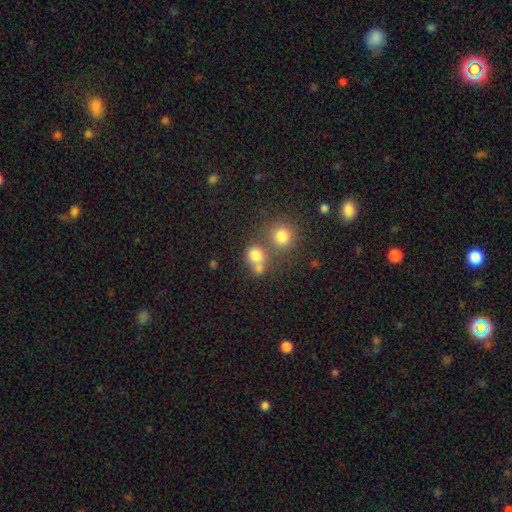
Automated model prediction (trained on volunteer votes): smooth_or_featured: smooth (p=0.77) [alt: star or artifact p=0.14]
how_rounded: round (p=0.79) [alt: in between p=0.20]
merging: none (p=0.46) [alt: merger p=0.39]